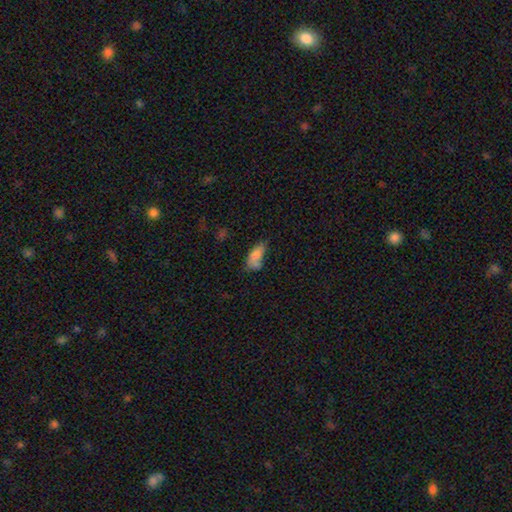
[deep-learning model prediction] Overall: smooth (77%). How rounded: in between (84%). Merging: none (38%; minor disturbance 27%).